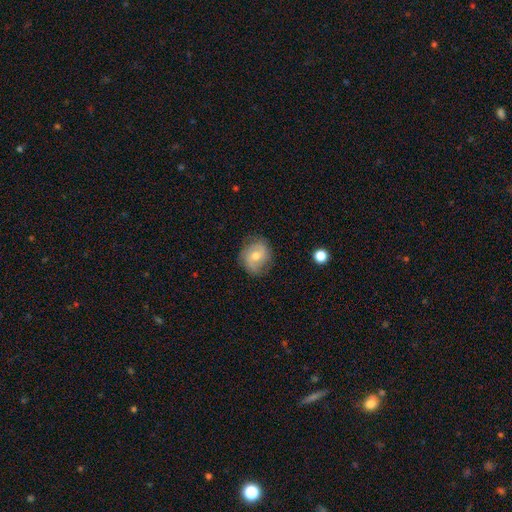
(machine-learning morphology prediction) featured or disk 48%, smooth 43%, star or artifact 9%. Down the decision tree: merging — none (78%).